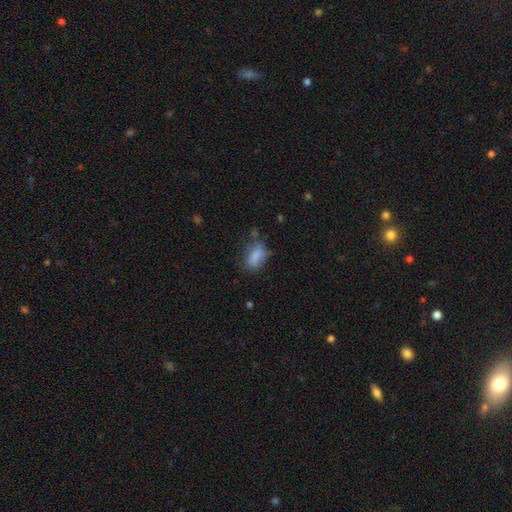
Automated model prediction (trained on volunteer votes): A smooth galaxy with no disk features (77%) that is in between round and cigar-shaped (85%). Merging: none (48%).